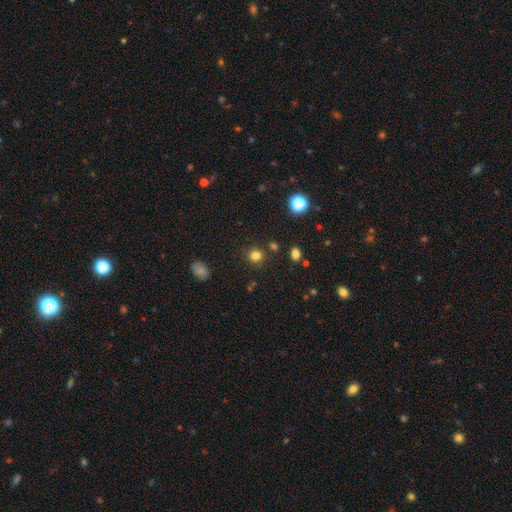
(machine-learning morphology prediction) This is likely a smooth galaxy (80%). How rounded: clearly round (83%). Merging: clearly none (83%).